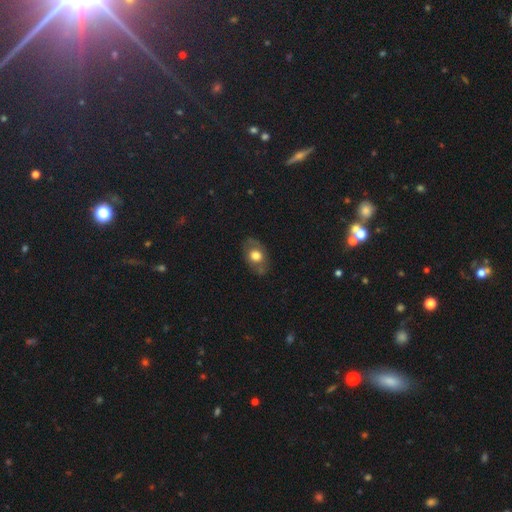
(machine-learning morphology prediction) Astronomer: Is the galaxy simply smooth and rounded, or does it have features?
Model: smooth — 60%.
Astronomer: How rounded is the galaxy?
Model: in between — 72%.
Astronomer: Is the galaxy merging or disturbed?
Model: none — 74%.